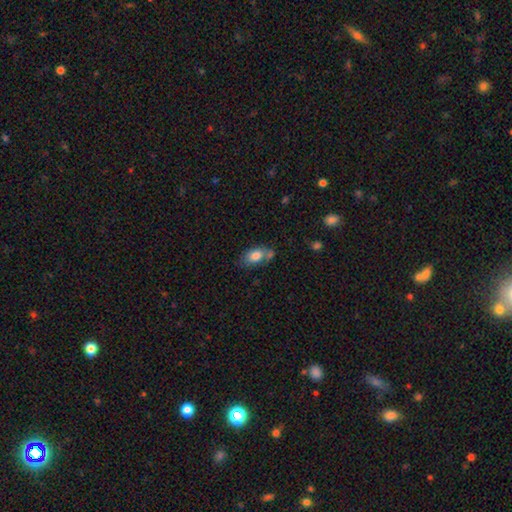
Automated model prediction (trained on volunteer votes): A smooth galaxy with no disk features (78%) that is in between round and cigar-shaped (87%). Merging: none (50%).